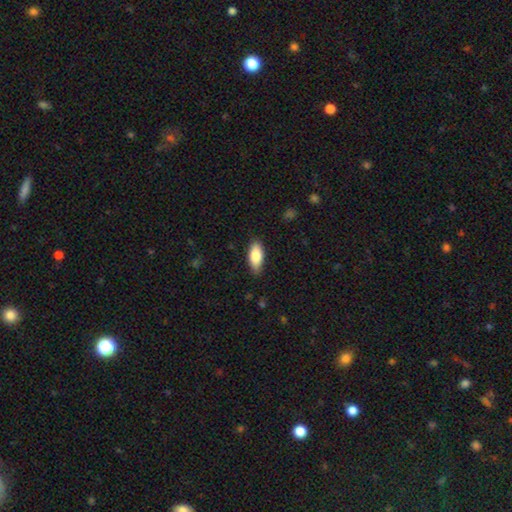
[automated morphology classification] This is clearly a smooth galaxy (81%). How rounded: clearly in between (84%). Merging: clearly none (84%).